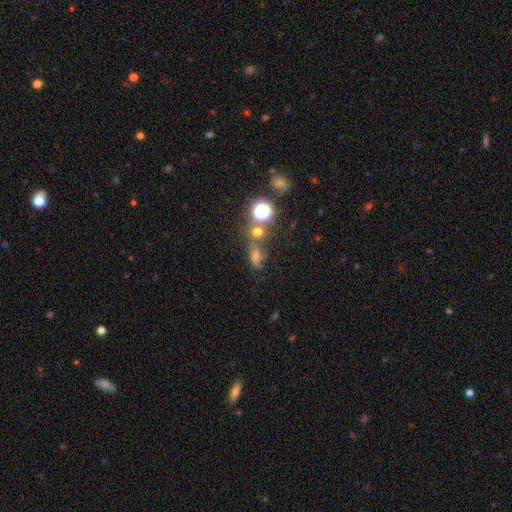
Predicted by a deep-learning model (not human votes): A star or artifact, not a galaxy (38%).